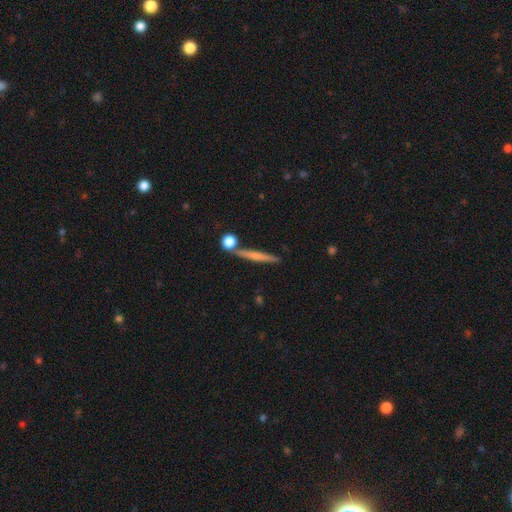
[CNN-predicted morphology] Smooth or featured? smooth (53%)
How rounded? cigar-shaped (91%)
Merging? none (81%)